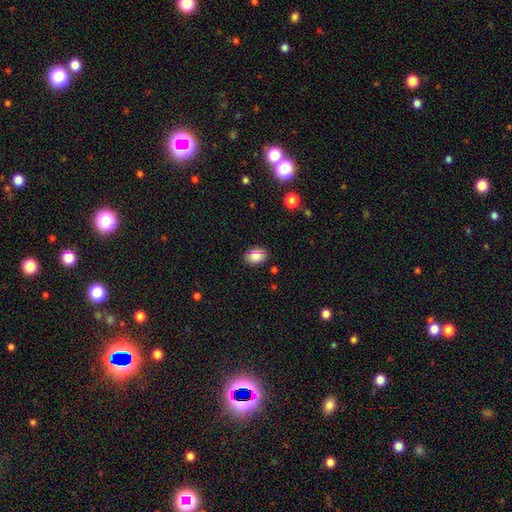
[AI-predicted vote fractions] Overall: smooth (83%). How rounded: in between (77%). Merging: none (86%).